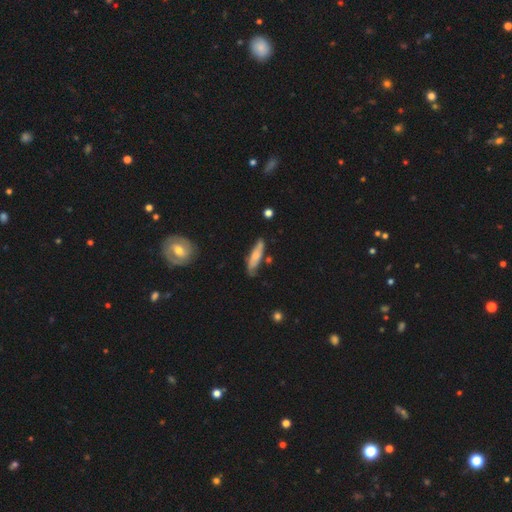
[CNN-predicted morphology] Smooth or featured? smooth (55%)
How rounded? cigar-shaped (70%)
Merging? none (67%)